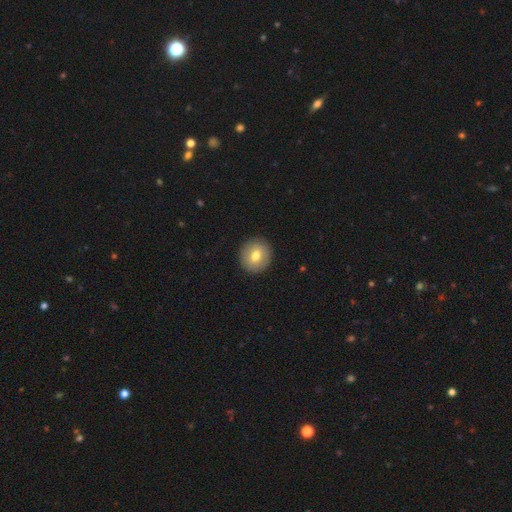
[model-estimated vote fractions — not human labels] smooth_or_featured: smooth (p=0.74) [alt: featured or disk p=0.19]
how_rounded: round (p=0.90) [alt: in between p=0.09]
merging: none (p=0.91) [alt: minor disturbance p=0.06]